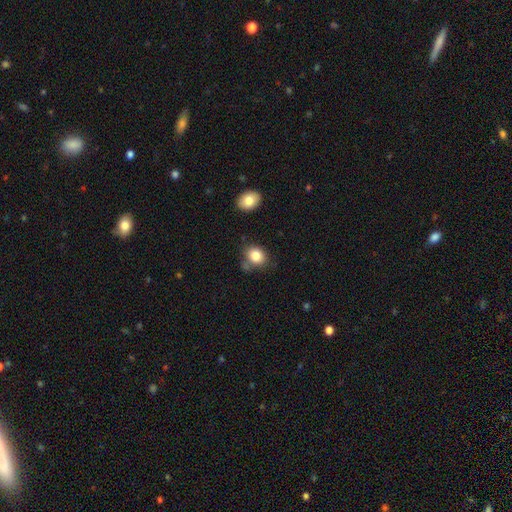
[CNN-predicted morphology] Q: Smooth or featured?
A: smooth (83%); runner-up: star or artifact (9%)
Q: How rounded?
A: round (53%); runner-up: in between (46%)
Q: Merging?
A: none (65%); runner-up: minor disturbance (20%)